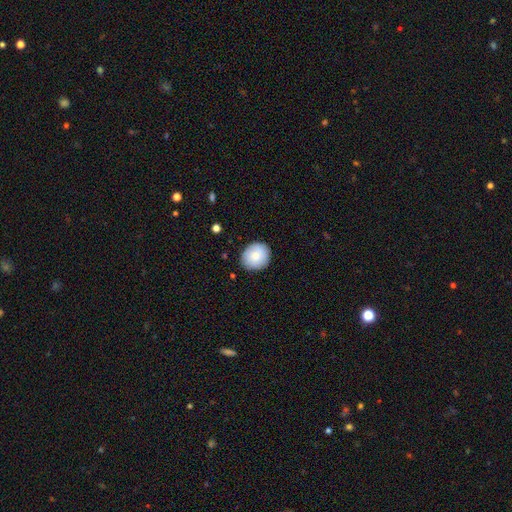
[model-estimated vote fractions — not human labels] This appears to be a smooth galaxy with no disk features (80%) that is round (81%). Merging: none (86%).